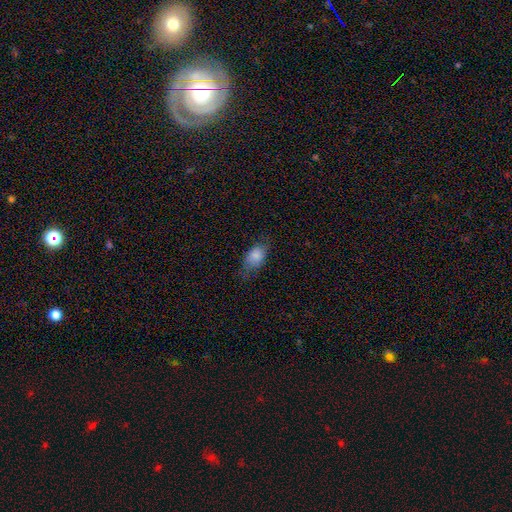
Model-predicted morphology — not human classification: type=smooth (83%); roundness=in between (85%); merging=none (60%).